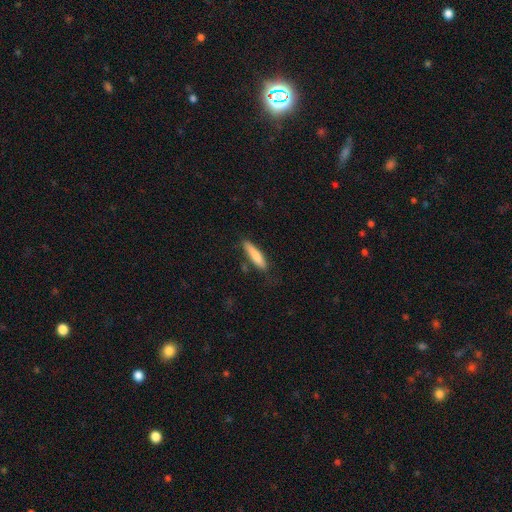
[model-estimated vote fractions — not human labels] Q: Smooth or featured?
A: smooth (82%); runner-up: featured or disk (12%)
Q: How rounded?
A: cigar-shaped (84%); runner-up: in between (15%)
Q: Merging?
A: none (74%); runner-up: minor disturbance (18%)